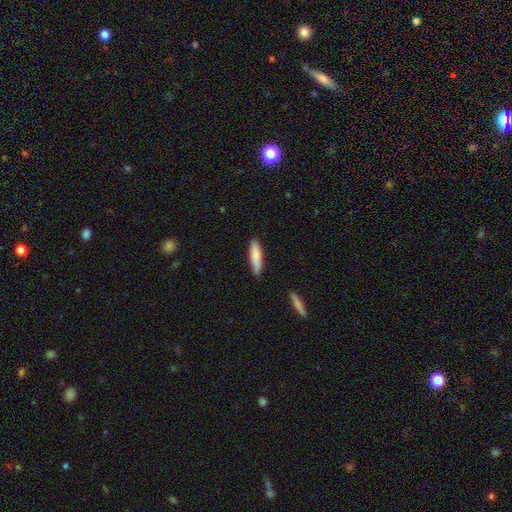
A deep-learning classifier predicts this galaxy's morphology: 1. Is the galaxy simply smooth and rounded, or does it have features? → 85% smooth, 9% featured or disk, 6% star or artifact.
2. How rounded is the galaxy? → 70% cigar-shaped, 29% in between, 1% round.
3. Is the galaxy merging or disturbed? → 84% none, 12% minor disturbance, 2% major disturbance, 1% merger.